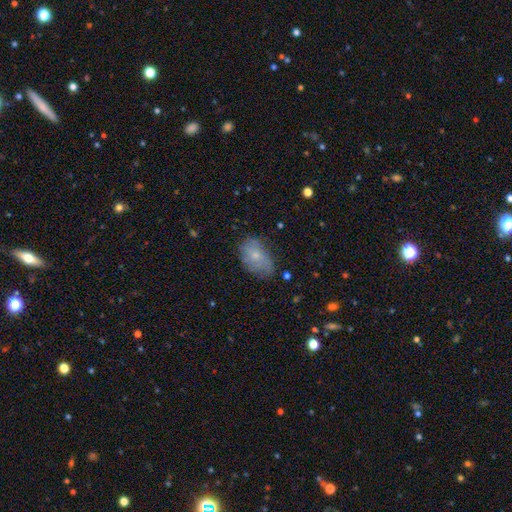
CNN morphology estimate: Q: Smooth or featured?
A: smooth (58%); runner-up: featured or disk (33%)
Q: How rounded?
A: in between (89%); runner-up: round (9%)
Q: Merging?
A: none (56%); runner-up: minor disturbance (31%)